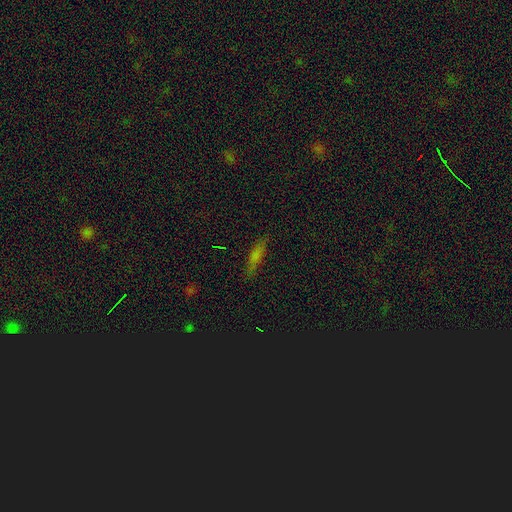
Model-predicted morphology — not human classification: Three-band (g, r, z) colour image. It shows a smooth galaxy with no disk features (49%). Merging: none (82%).